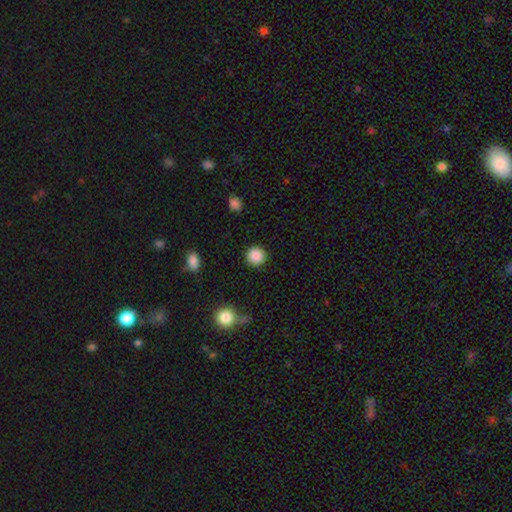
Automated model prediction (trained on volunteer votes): This appears to be a smooth galaxy with no disk features (88%) that is round (93%). Merging: none (90%).